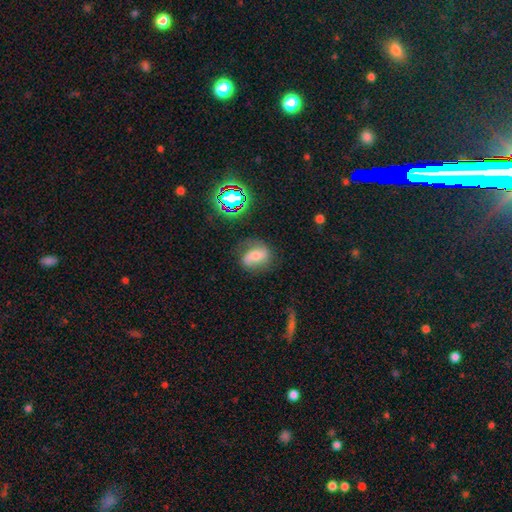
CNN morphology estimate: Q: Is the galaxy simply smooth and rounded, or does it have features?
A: smooth — 43%.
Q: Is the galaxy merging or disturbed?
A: none — 65%.